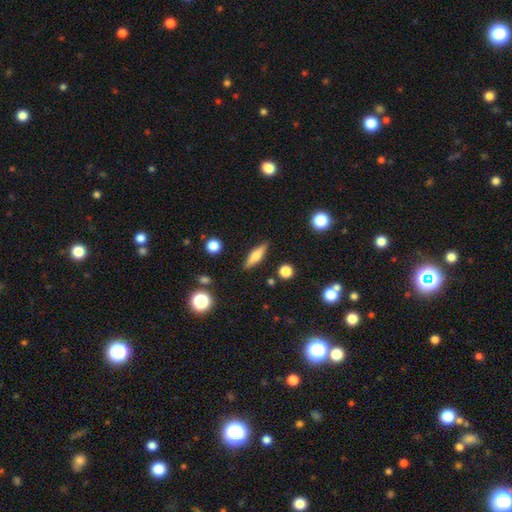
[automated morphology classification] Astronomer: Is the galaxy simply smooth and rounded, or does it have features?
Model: smooth — 54% (runner-up: featured or disk, 38%).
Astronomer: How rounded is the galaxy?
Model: cigar-shaped — 67%.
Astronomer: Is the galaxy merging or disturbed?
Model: none — 86%.